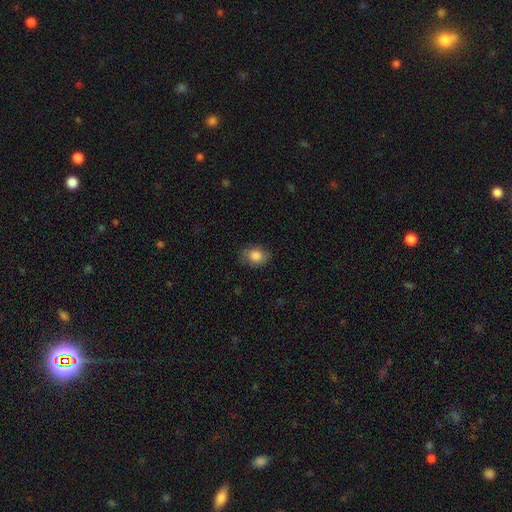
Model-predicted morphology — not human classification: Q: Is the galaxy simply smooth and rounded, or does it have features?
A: smooth — 81%.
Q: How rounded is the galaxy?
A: in between — 59%.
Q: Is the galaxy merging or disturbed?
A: none — 74%.